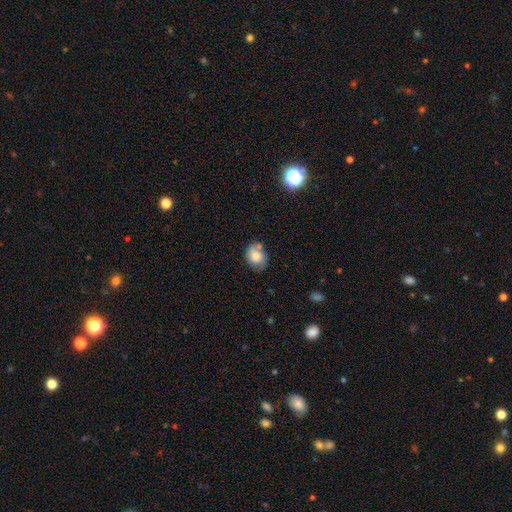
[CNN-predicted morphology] Smooth or featured?
  - smooth: 75% *
  - featured or disk: 16%
  - star or artifact: 9%
How rounded?
  - in between: 53% *
  - round: 46%
  - cigar-shaped: 1%
Merging?
  - none: 53% *
  - minor disturbance: 27%
  - merger: 14%
  - major disturbance: 7%